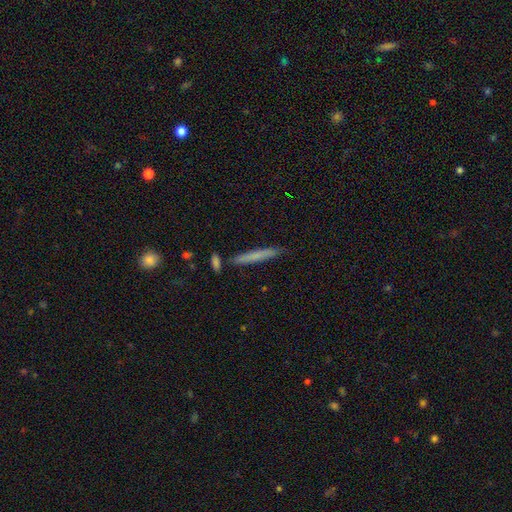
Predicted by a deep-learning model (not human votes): A smooth galaxy with no disk features (66%) that is cigar-shaped (96%).

Vote fractions:
- Smooth or featured? smooth: 66% / featured or disk: 27% / star or artifact: 7%
- How rounded? cigar-shaped: 96% / in between: 3% / round: 1%
- Merging? none: 83% / minor disturbance: 10% / merger: 4% / major disturbance: 2%